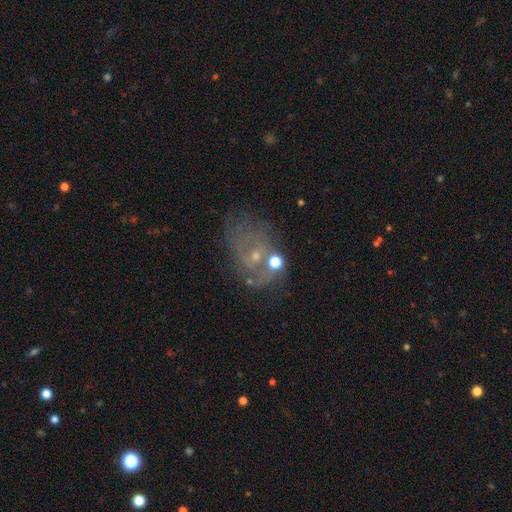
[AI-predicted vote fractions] Smooth or featured? featured or disk (57%)
Edge-on disk? no (97%)
Bar? no (74%)
Spiral arms? yes (64%)
Bulge size? small (67%)
Merging? none (50%)